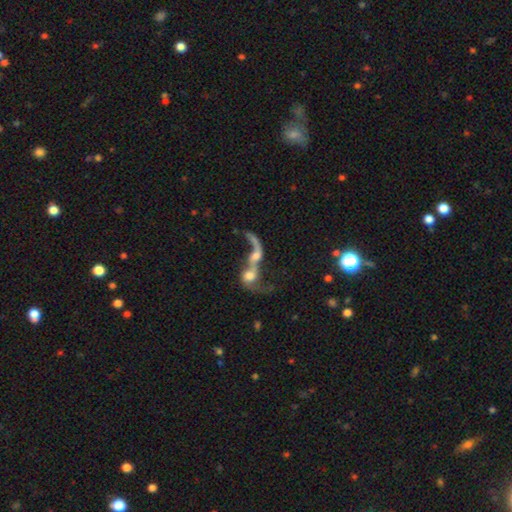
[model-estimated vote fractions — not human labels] This appears to be a featured or disk galaxy (59%) with no bar (71%), spiral arms (59%) and a moderate central bulge (37%). Merging: merger (81%).